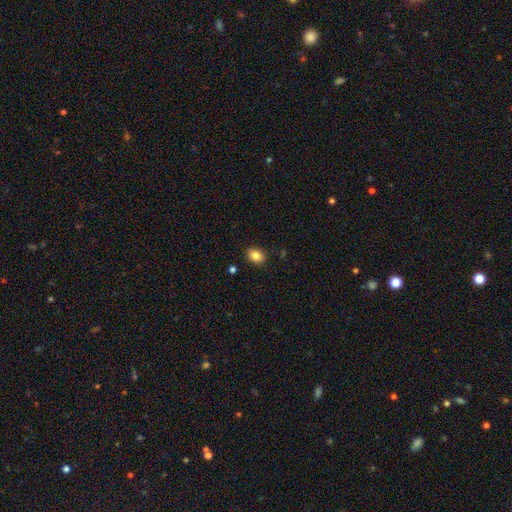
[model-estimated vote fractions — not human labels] This appears to be a smooth galaxy with no disk features (85%) that is in between round and cigar-shaped (61%). Merging: none (87%).